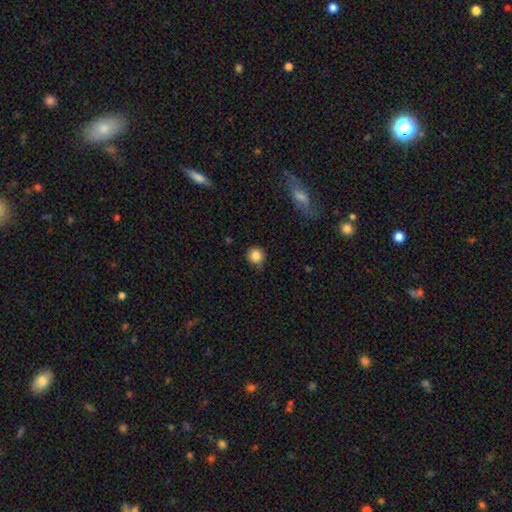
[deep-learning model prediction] Morphology: type=smooth (85%); roundness=round (92%); merging=none (74%).